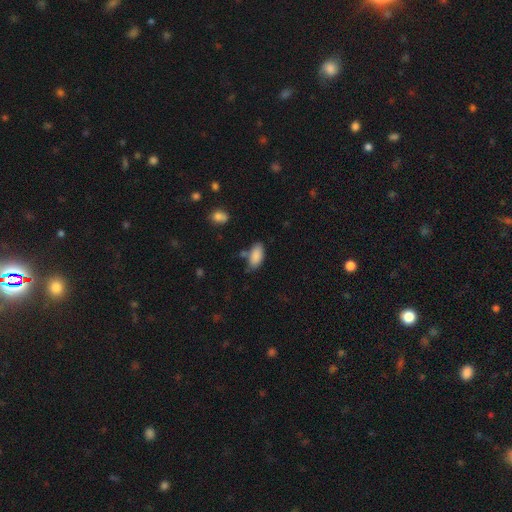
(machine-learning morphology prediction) smooth-or-featured: smooth: 87% | star or artifact: 7% | featured or disk: 6%
  how-rounded: in between: 92% | cigar-shaped: 5% | round: 2%
  merging: none: 64% | minor disturbance: 23% | merger: 8% | major disturbance: 5%